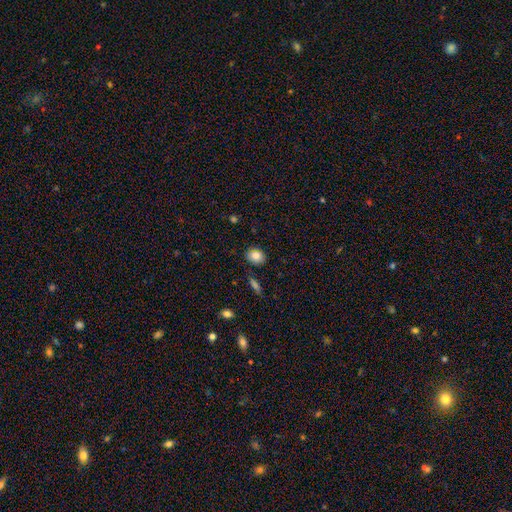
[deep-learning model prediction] Overall: smooth (84%). How rounded: round (52%; in between 47%). Merging: none (85%).